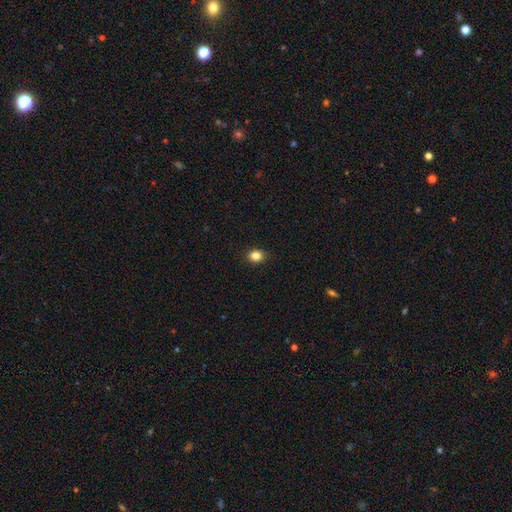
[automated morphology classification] The model was most divided on "how rounded": round: 56%, in between: 43%, cigar-shaped: 1%. More confident: merging — none (90%); smooth or featured — smooth (84%).